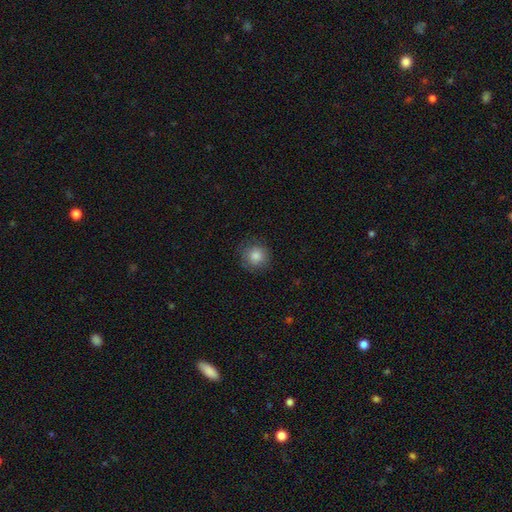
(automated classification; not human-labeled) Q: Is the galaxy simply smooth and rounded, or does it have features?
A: smooth — 84%.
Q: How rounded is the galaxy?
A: round — 92%.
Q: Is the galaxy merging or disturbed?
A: none — 84%.